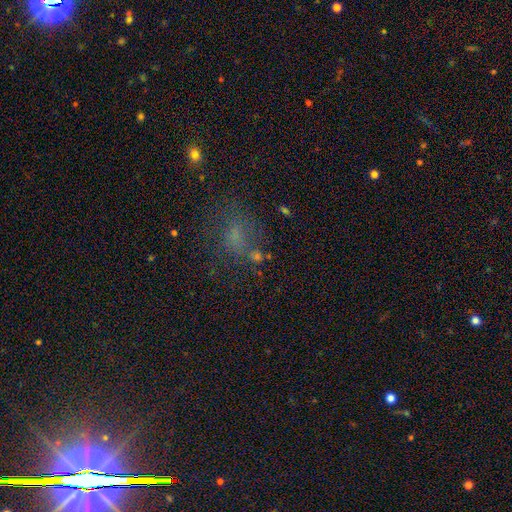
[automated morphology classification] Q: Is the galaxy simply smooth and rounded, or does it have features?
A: smooth — 51%.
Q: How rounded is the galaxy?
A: in between — 57%.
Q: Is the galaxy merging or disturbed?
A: none — 52%.